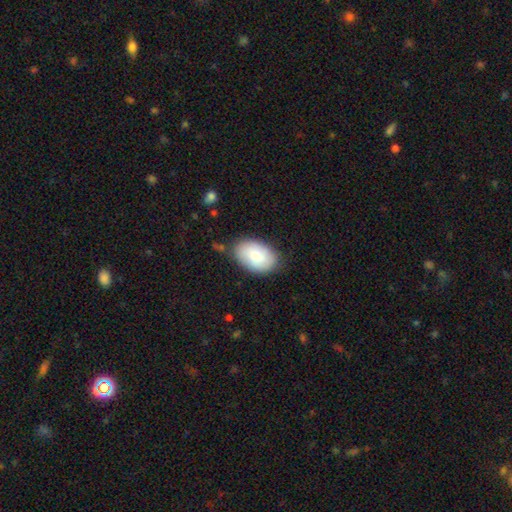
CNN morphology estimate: This is likely a smooth galaxy (80%). How rounded: clearly in between (90%). Merging: likely none (79%).